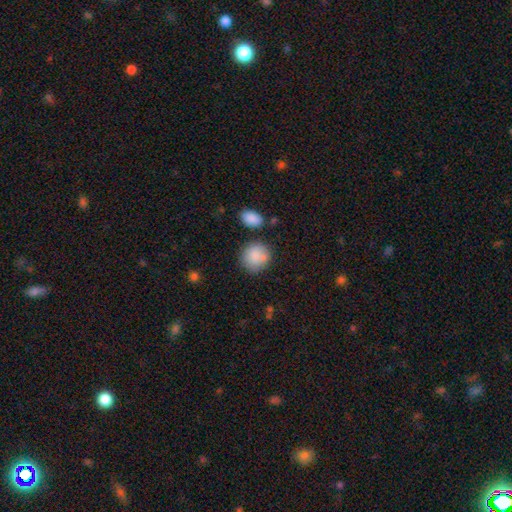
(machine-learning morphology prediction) Smooth or featured? Predicted: smooth (p=0.86). How rounded? Predicted: round (p=0.83). Merging? Predicted: none (p=0.71).